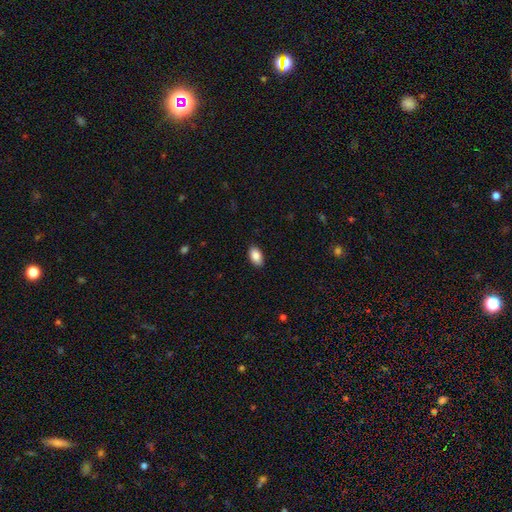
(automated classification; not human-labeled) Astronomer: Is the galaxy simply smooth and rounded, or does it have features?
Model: smooth — 88%.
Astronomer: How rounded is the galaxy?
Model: in between — 94%.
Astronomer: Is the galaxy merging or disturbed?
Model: none — 89%.